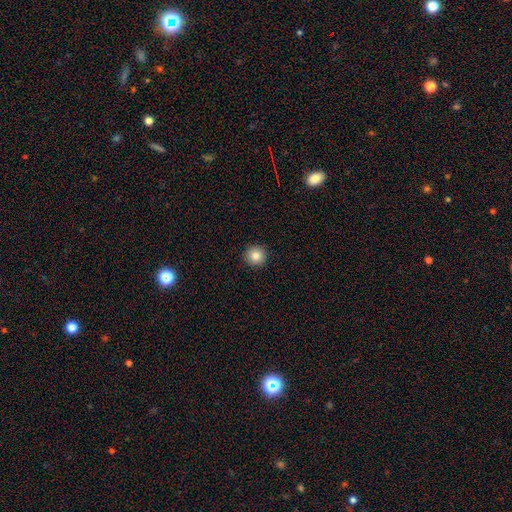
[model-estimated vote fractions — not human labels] Smooth or featured? Predicted: smooth (p=0.84). How rounded? Predicted: round (p=0.95). Merging? Predicted: none (p=0.93).